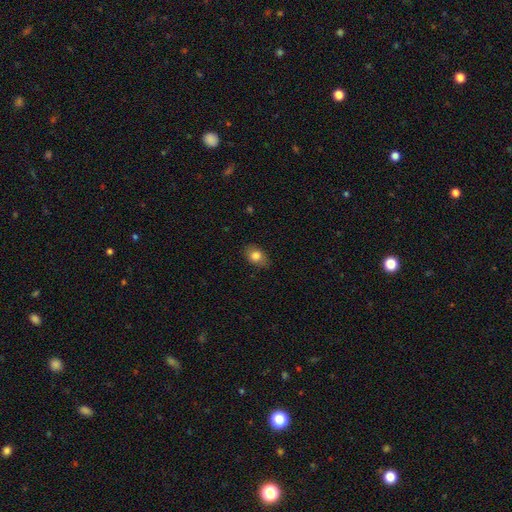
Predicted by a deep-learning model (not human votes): smooth 81%, featured or disk 10%, star or artifact 9%. Down the decision tree: how rounded — in between (73%); merging — none (80%).